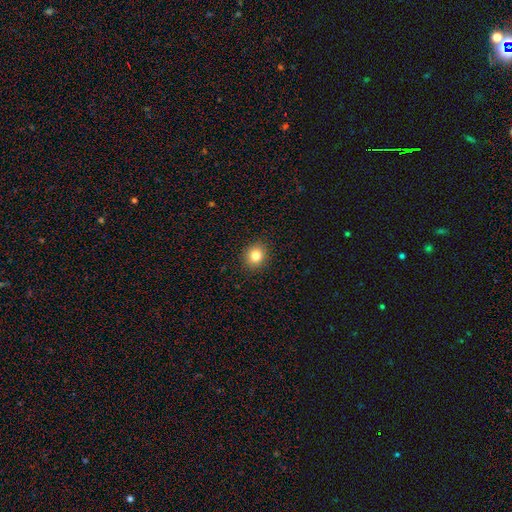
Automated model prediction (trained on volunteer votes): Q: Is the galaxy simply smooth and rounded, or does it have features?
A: smooth — 82%.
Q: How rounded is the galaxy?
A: round — 79%.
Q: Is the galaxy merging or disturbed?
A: none — 91%.